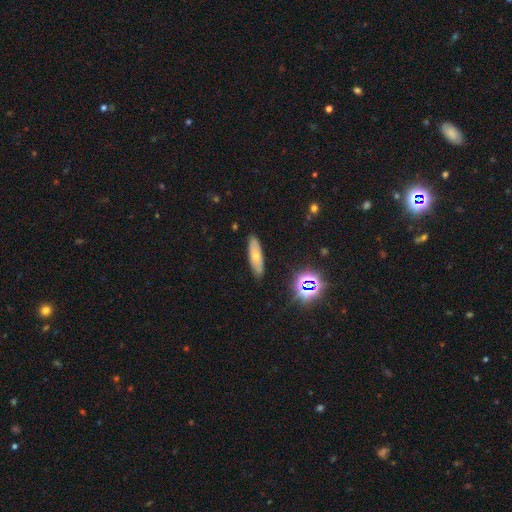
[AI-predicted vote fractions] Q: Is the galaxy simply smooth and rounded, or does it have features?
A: smooth — 58%.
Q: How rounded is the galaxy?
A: cigar-shaped — 53%.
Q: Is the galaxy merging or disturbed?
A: none — 84%.